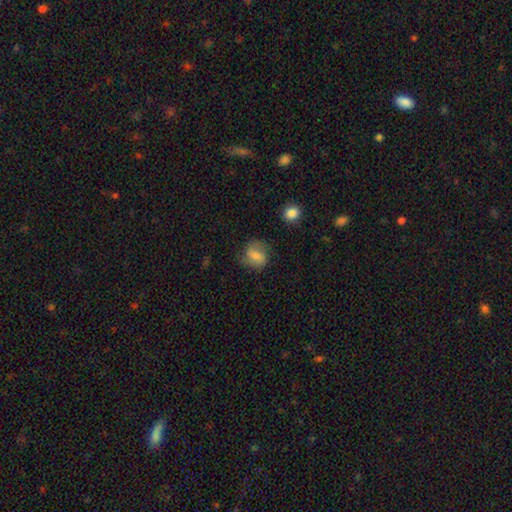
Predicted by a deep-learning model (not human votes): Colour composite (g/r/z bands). It shows a smooth galaxy with no disk features (63%) that is round (62%). Merging: none (68%).